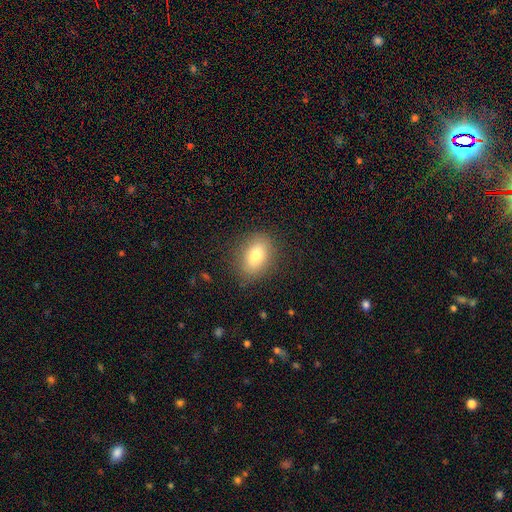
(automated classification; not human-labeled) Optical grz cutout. It shows a smooth galaxy with no disk features (78%) that is in between round and cigar-shaped (78%). Merging: none (85%).